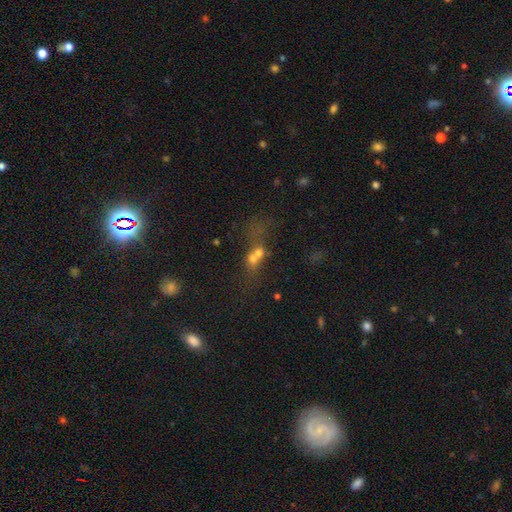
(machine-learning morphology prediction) smooth 56%, featured or disk 27%, star or artifact 17%. Down the decision tree: how rounded — round (55%); merging — merger (69%).